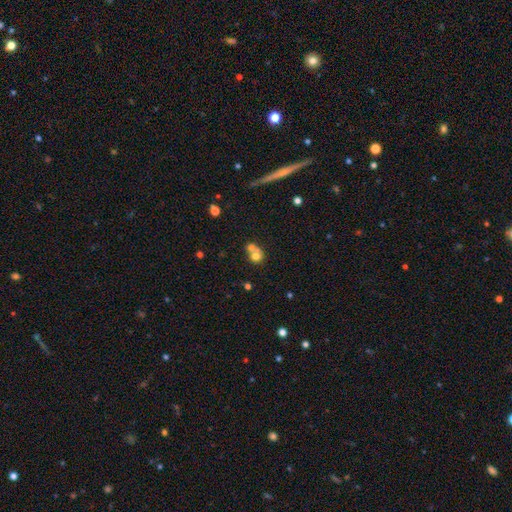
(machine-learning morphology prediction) smooth_or_featured: smooth (p=0.67) [alt: featured or disk p=0.21]
how_rounded: round (p=0.68) [alt: in between p=0.31]
merging: merger (p=0.62) [alt: none p=0.27]